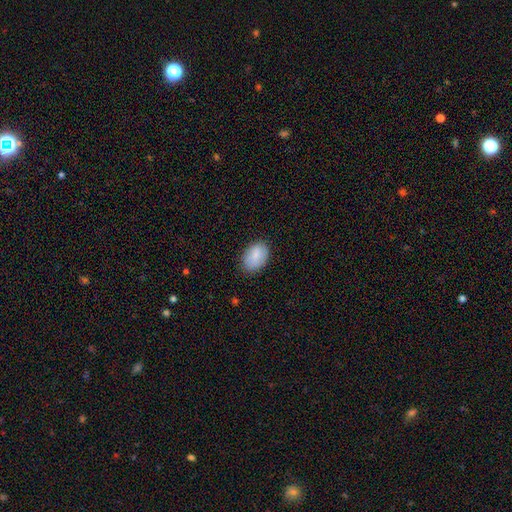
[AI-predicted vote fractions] Morphology: type=smooth (84%); roundness=in between (88%); merging=none (81%).